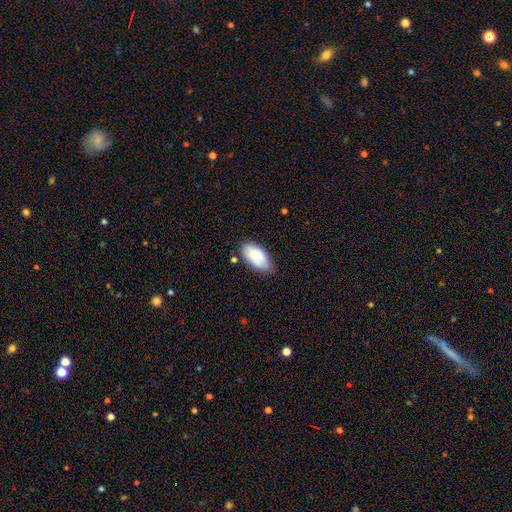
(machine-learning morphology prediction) A smooth galaxy with no disk features (79%) that is in between round and cigar-shaped (95%).

Vote fractions:
- Smooth or featured? smooth: 79% / featured or disk: 14% / star or artifact: 7%
- How rounded? in between: 95% / cigar-shaped: 3% / round: 3%
- Merging? none: 60% / minor disturbance: 31% / major disturbance: 5% / merger: 4%